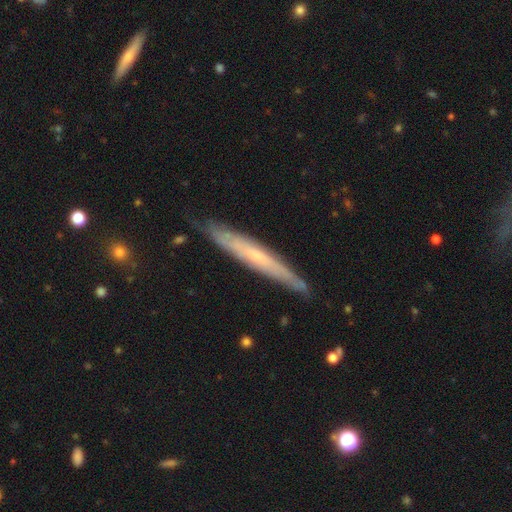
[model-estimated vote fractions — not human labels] This appears to be a featured or disk galaxy (62%) viewed edge-on (84%) with no central bulge (64%). Merging: none (83%).